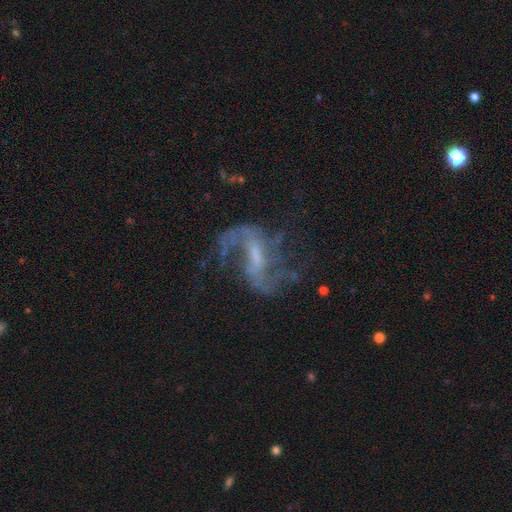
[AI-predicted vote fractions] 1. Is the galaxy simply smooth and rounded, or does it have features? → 84% featured or disk, 10% star or artifact, 7% smooth.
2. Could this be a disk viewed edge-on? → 96% no, 4% yes.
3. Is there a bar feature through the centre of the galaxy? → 48% weak, 33% strong, 19% no.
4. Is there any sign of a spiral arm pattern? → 90% yes, 10% no.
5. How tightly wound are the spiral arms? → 62% loose, 31% medium, 7% tight.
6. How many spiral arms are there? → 78% 2, 9% can't tell, 5% 1, 5% 3, 2% 4, 2% more than 4.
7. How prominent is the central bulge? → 43% small, 28% moderate, 24% none, 4% large, 1% dominant.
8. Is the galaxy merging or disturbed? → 53% none, 27% major disturbance, 16% minor disturbance, 4% merger.